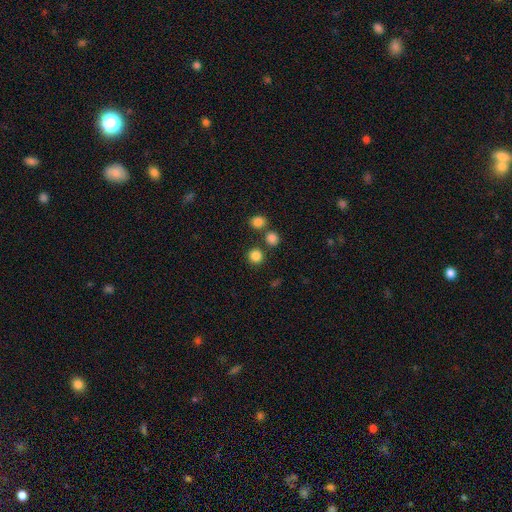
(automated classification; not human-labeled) smooth-or-featured: smooth: 84% | star or artifact: 12% | featured or disk: 4%
  how-rounded: round: 92% | in between: 7% | cigar-shaped: 1%
  merging: none: 83% | merger: 8% | minor disturbance: 6% | major disturbance: 3%